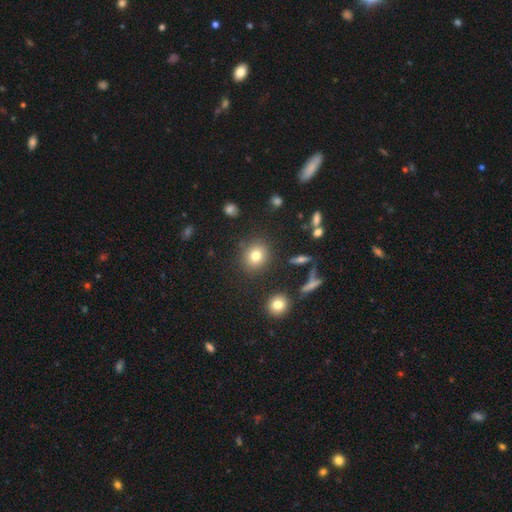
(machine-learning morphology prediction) Q: Smooth or featured?
A: smooth (77%); runner-up: star or artifact (14%)
Q: How rounded?
A: round (77%); runner-up: in between (21%)
Q: Merging?
A: none (86%); runner-up: minor disturbance (8%)